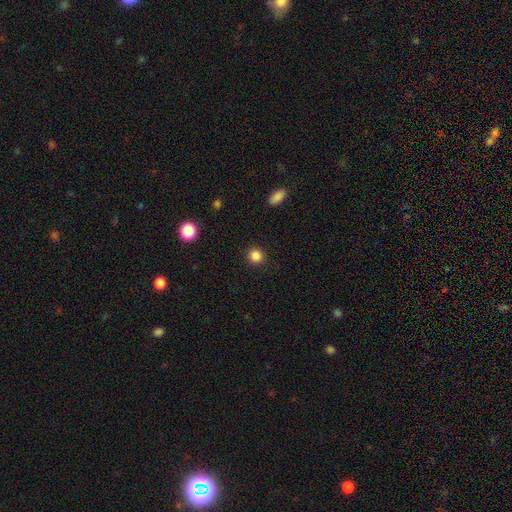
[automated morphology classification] This appears to be a smooth galaxy with no disk features (86%) that is round (89%). Merging: none (91%).